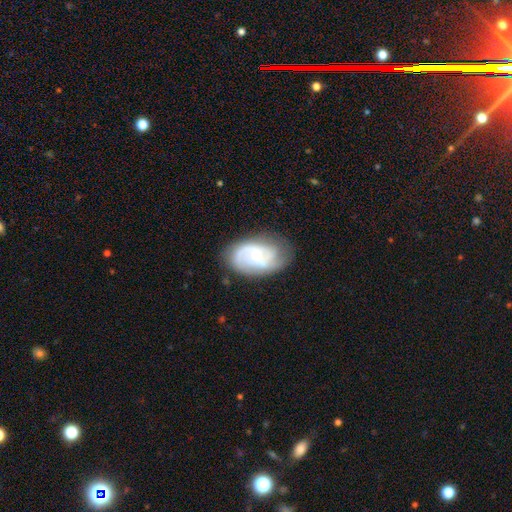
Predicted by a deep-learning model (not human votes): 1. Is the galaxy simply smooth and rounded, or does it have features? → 77% featured or disk, 17% smooth, 6% star or artifact.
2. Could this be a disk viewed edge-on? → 97% no, 3% yes.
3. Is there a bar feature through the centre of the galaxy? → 58% no, 36% weak, 6% strong.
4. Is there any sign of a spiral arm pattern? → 93% yes, 7% no.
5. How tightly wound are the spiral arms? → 45% medium, 36% tight, 18% loose.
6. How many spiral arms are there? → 56% 2, 19% can't tell, 15% 3, 4% 1, 3% 4, 3% more than 4.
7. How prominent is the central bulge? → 63% small, 32% moderate, 2% none, 2% large, 1% dominant.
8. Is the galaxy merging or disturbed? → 73% none, 19% minor disturbance, 7% major disturbance, 1% merger.